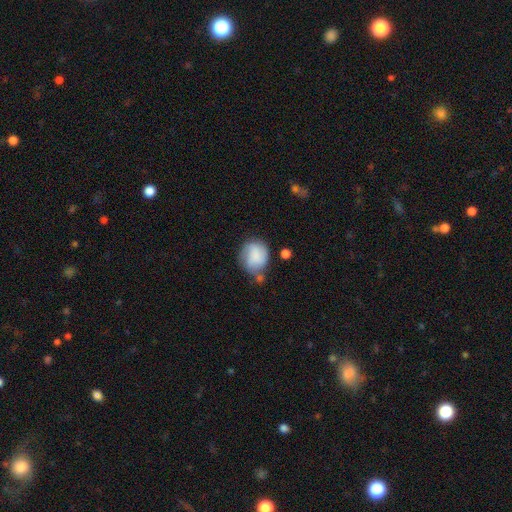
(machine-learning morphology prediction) Smooth or featured?
  - smooth: 71% *
  - featured or disk: 21%
  - star or artifact: 7%
How rounded?
  - round: 62% *
  - in between: 36%
  - cigar-shaped: 1%
Merging?
  - none: 45% *
  - minor disturbance: 30%
  - major disturbance: 12%
  - merger: 12%